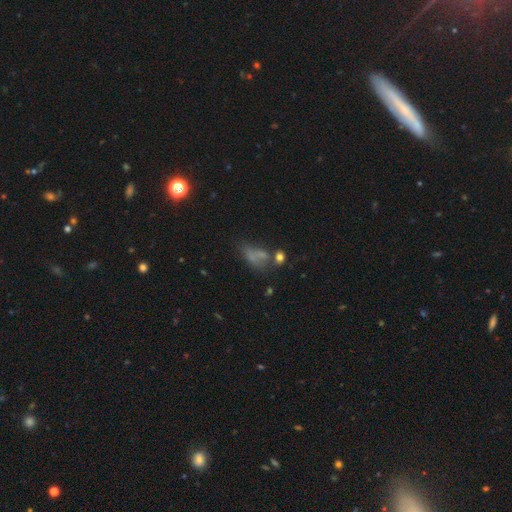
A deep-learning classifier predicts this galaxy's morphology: Overall: smooth (56%; featured or disk 25%). How rounded: in between (78%). Merging: none (28%; merger 27%).